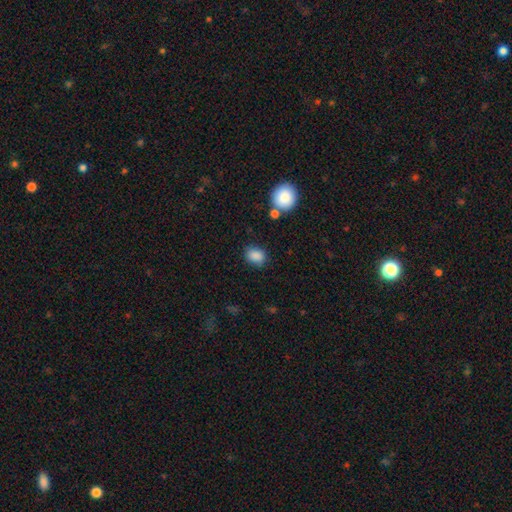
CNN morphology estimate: A smooth galaxy with no disk features (87%) that is in between round and cigar-shaped (58%). Merging: none (79%).